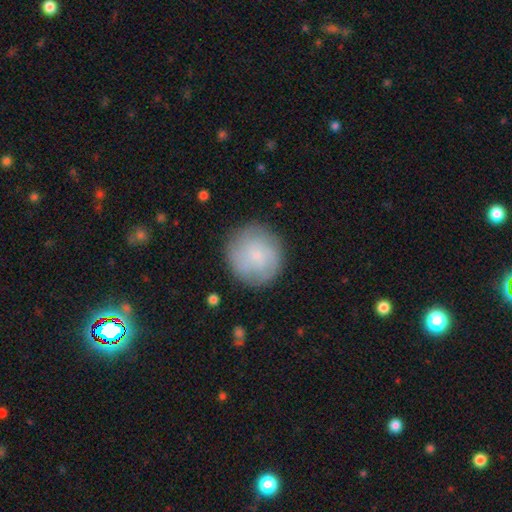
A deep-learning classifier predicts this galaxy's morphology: Overall: smooth (61%; featured or disk 31%). How rounded: round (93%). Merging: none (82%).